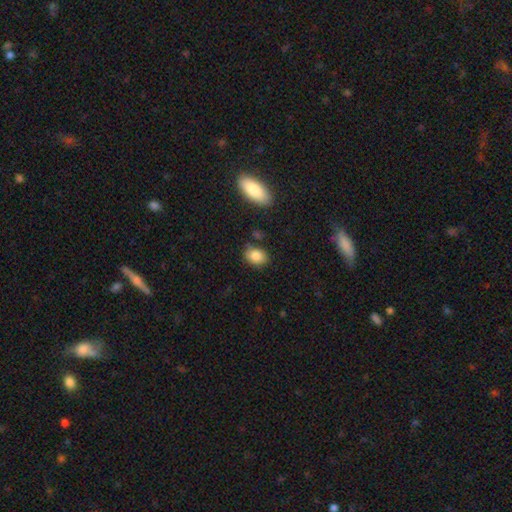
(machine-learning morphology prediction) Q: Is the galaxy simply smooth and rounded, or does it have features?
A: smooth — 85%.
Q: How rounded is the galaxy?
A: in between — 69%.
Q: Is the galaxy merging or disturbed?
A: none — 75%.